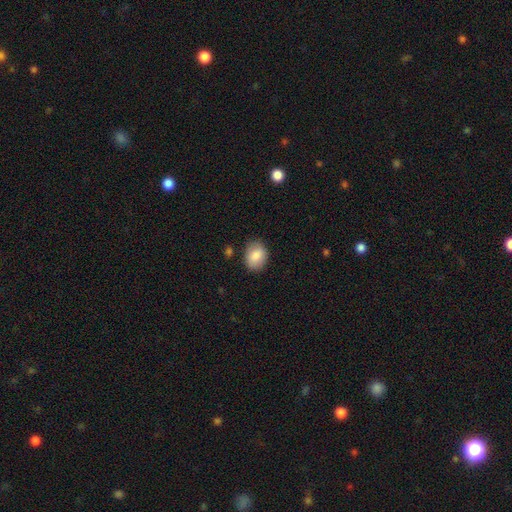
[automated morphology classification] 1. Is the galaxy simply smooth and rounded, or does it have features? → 85% smooth, 8% star or artifact, 7% featured or disk.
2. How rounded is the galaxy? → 60% in between, 39% round, 1% cigar-shaped.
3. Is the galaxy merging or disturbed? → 83% none, 12% minor disturbance, 3% major disturbance, 2% merger.